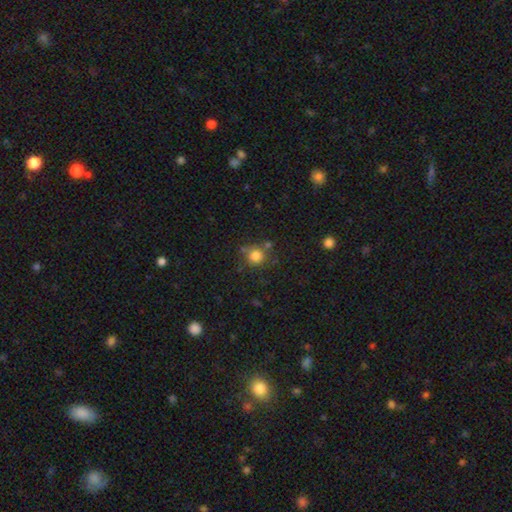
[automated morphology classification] smooth_or_featured: smooth (p=0.81) [alt: star or artifact p=0.12]
how_rounded: round (p=0.91) [alt: in between p=0.08]
merging: none (p=0.71) [alt: minor disturbance p=0.13]